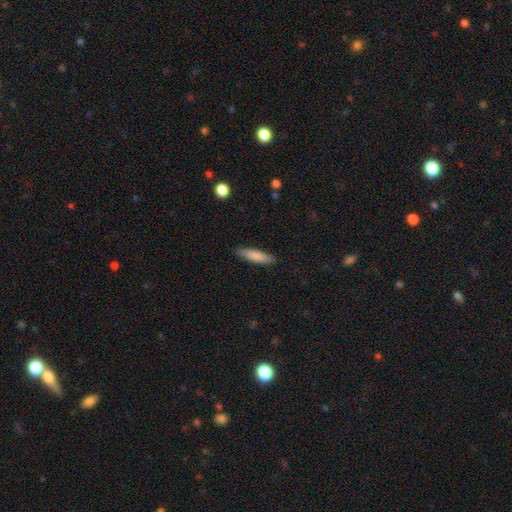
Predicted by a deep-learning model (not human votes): smooth-or-featured: smooth: 83% | featured or disk: 12% | star or artifact: 6%
  how-rounded: cigar-shaped: 76% | in between: 22% | round: 1%
  merging: none: 89% | minor disturbance: 8% | major disturbance: 2% | merger: 1%